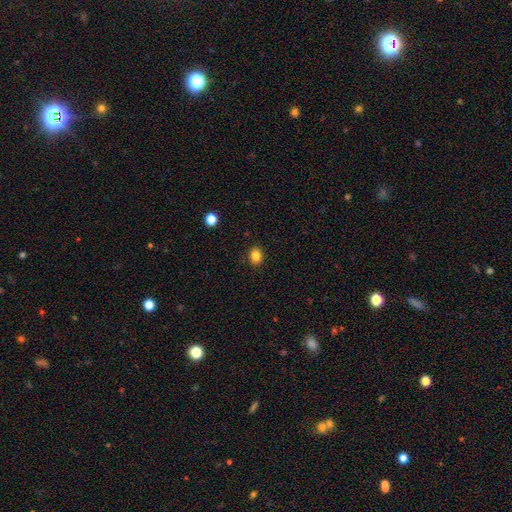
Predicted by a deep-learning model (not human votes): smooth-or-featured: smooth: 84% | star or artifact: 11% | featured or disk: 5%
  how-rounded: round: 51% | in between: 48% | cigar-shaped: 1%
  merging: none: 89% | minor disturbance: 8% | major disturbance: 2% | merger: 1%